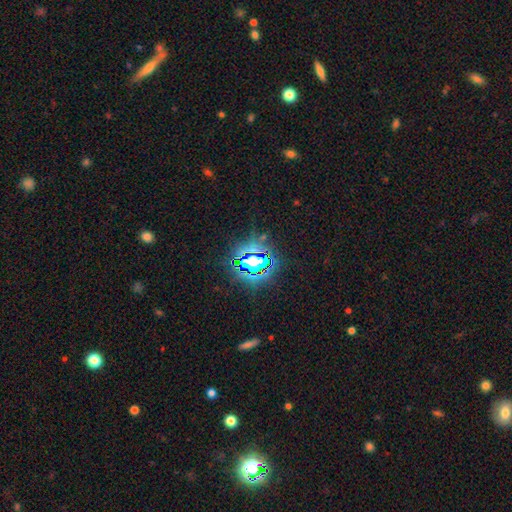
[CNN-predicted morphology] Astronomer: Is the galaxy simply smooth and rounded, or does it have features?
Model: star or artifact — 81%.